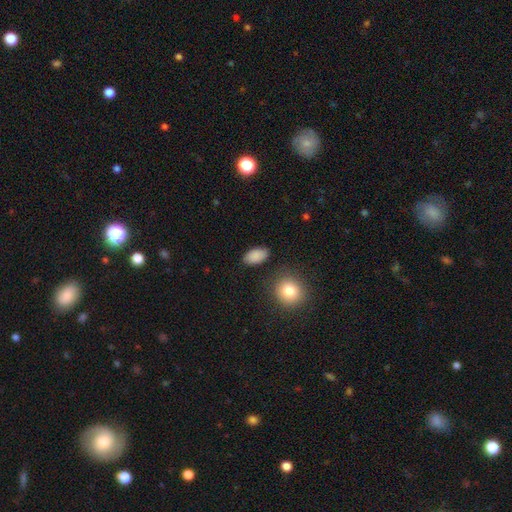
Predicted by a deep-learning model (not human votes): Smooth or featured: smooth — 88% (star or artifact — 7%)
How rounded: in between — 92% (round — 6%)
Merging: none — 83% (minor disturbance — 12%)